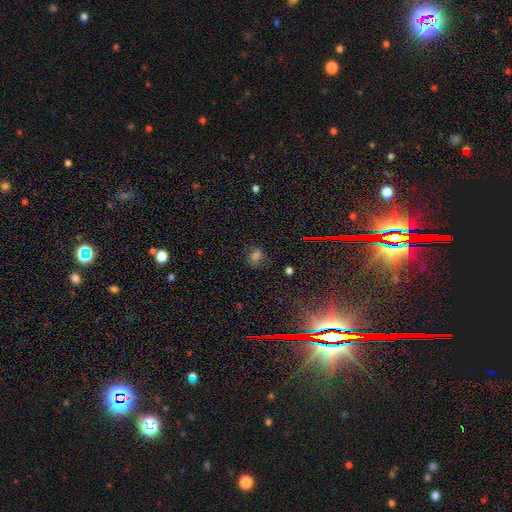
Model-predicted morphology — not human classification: smooth 60%, star or artifact 30%, featured or disk 10%. Down the decision tree: how rounded — in between (53%); merging — none (70%).